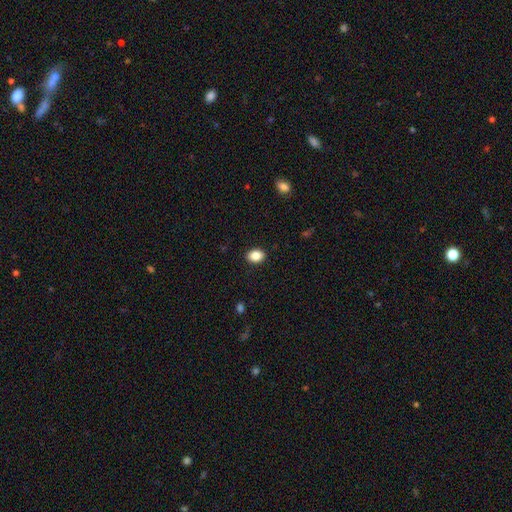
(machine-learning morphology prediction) Smooth or featured? smooth (87%)
How rounded? in between (77%)
Merging? none (90%)